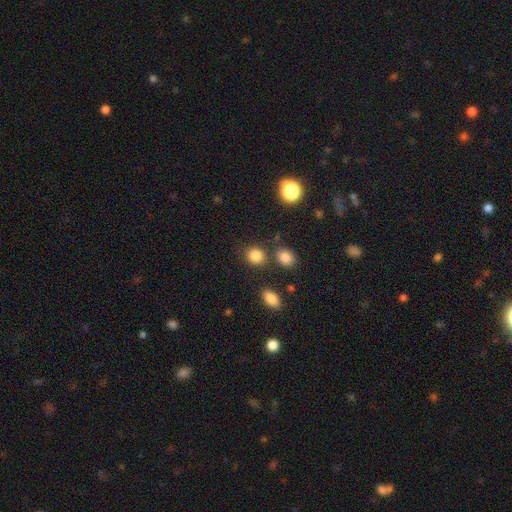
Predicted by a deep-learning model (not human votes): A smooth galaxy with no disk features (84%) that is round (76%). Merging: none (77%).